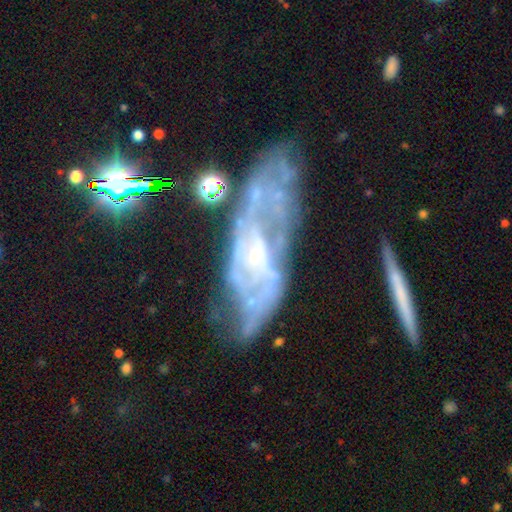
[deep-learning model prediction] Smooth or featured?
  - featured or disk: 76% *
  - smooth: 13%
  - star or artifact: 10%
Edge-on disk?
  - no: 85% *
  - yes: 15%
Bar?
  - no: 54% *
  - weak: 34%
  - strong: 12%
Spiral arms?
  - yes: 70% *
  - no: 30%
Bulge size?
  - small: 55% *
  - moderate: 22%
  - none: 20%
  - large: 2%
  - dominant: 1%
Merging?
  - none: 50% *
  - minor disturbance: 25%
  - major disturbance: 18%
  - merger: 7%